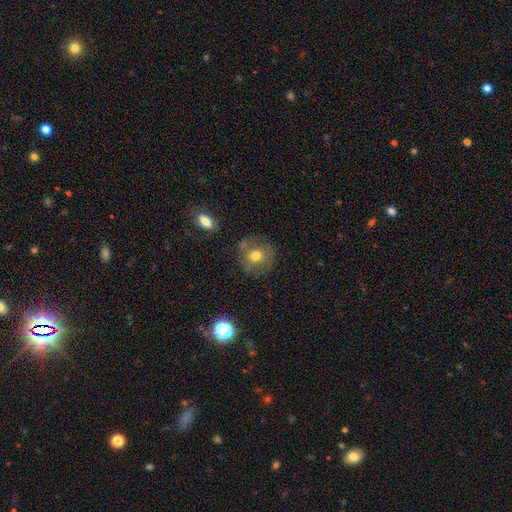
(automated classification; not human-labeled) This is likely a smooth galaxy (64%). How rounded: clearly round (87%). Merging: likely none (71%).